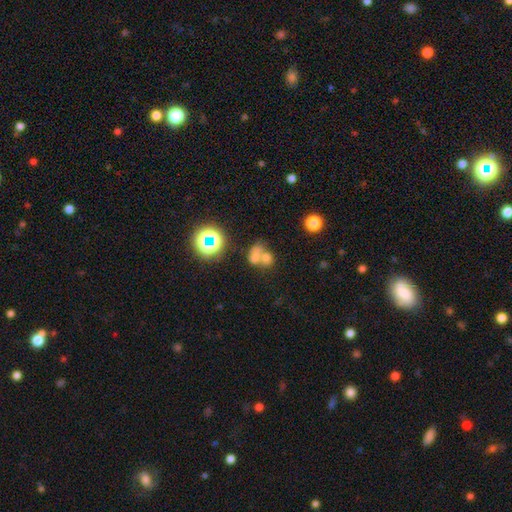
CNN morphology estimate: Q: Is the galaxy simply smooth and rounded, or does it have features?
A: smooth — 58%.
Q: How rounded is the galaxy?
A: round — 54%.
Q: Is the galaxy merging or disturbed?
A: merger — 60%.